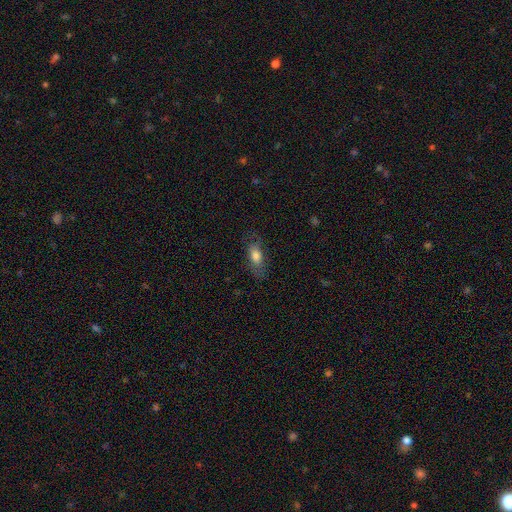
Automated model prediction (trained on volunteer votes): The model was most divided on "merging": none: 71%, minor disturbance: 19%, major disturbance: 8%, merger: 1%. More confident: how rounded — in between (80%); smooth or featured — smooth (76%).